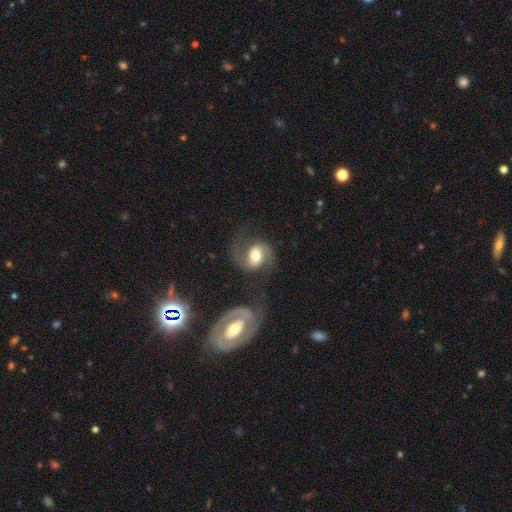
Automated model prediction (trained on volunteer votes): Q: Smooth or featured?
A: featured or disk (77%); runner-up: smooth (16%)
Q: Edge-on disk?
A: no (97%); runner-up: yes (3%)
Q: Bar?
A: weak (40%); runner-up: no (38%)
Q: Spiral arms?
A: yes (95%); runner-up: no (5%)
Q: Spiral winding?
A: medium (56%); runner-up: loose (29%)
Q: Spiral arm count?
A: 2 (91%); runner-up: 1 (3%)
Q: Bulge size?
A: moderate (64%); runner-up: large (21%)
Q: Merging?
A: none (62%); runner-up: minor disturbance (16%)